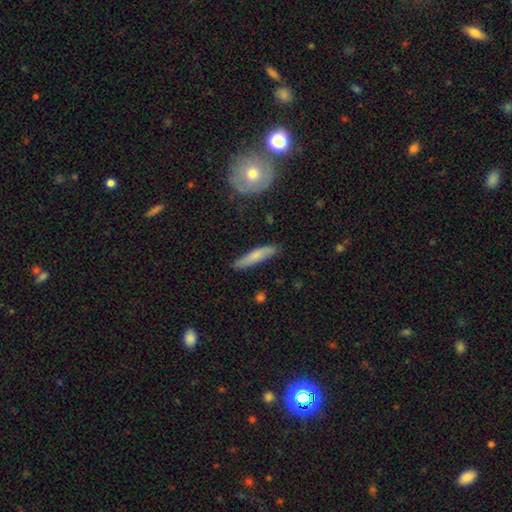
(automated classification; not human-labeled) Smooth or featured? Predicted: smooth (p=0.68). How rounded? Predicted: cigar-shaped (p=0.85). Merging? Predicted: none (p=0.83).